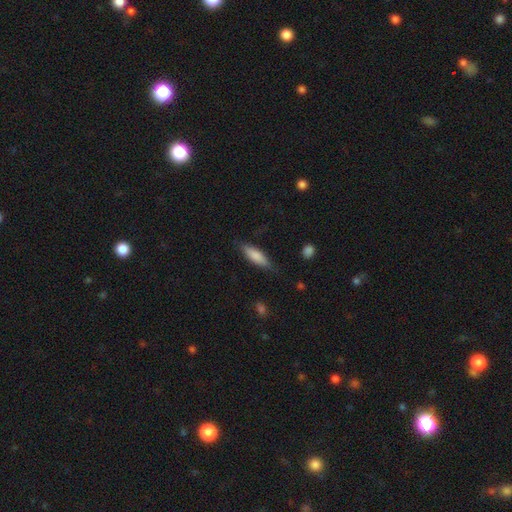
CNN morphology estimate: This appears to be a smooth galaxy with no disk features (79%) that is cigar-shaped (50%). Merging: none (77%).